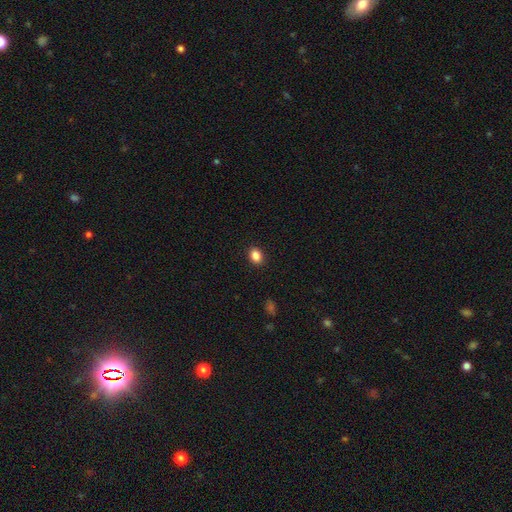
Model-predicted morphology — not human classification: smooth-or-featured: smooth: 86% | star or artifact: 10% | featured or disk: 4%
  how-rounded: in between: 66% | round: 33% | cigar-shaped: 1%
  merging: none: 90% | minor disturbance: 7% | major disturbance: 2% | merger: 1%